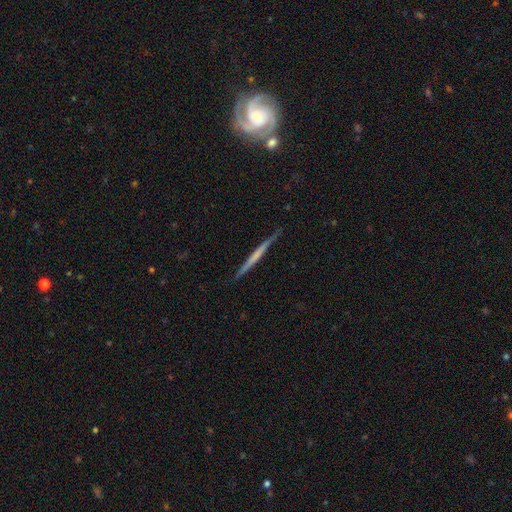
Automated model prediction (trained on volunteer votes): Smooth or featured: featured or disk — 56% (smooth — 38%)
Edge-on disk: yes — 98% (no — 2%)
Edge-on bulge: none — 83% (rounded — 11%)
Merging: none — 89% (minor disturbance — 8%)